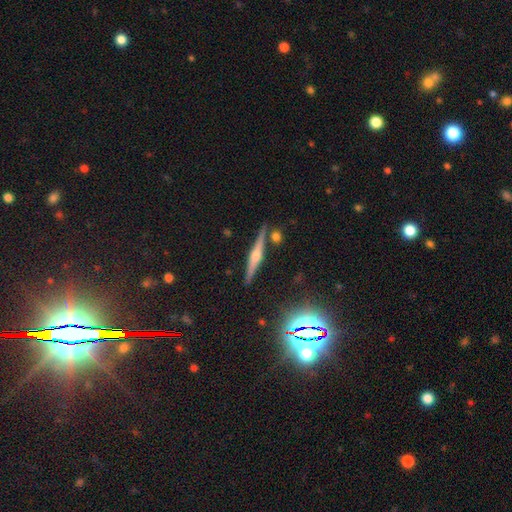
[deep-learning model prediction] Smooth or featured? featured or disk (72%)
Edge-on disk? yes (98%)
Edge-on bulge? rounded (87%)
Merging? none (86%)